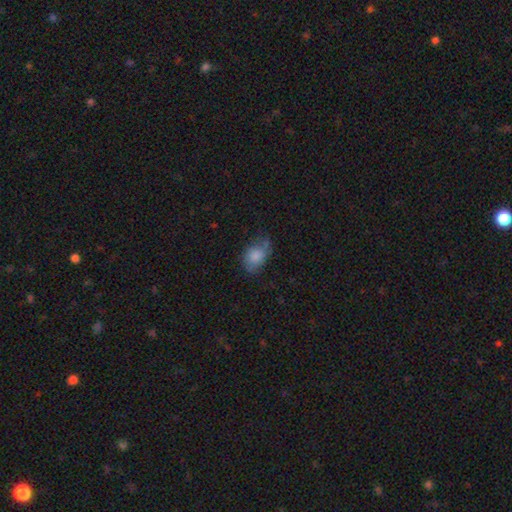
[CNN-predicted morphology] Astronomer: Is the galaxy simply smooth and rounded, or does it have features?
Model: smooth — 79%.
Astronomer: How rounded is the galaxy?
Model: in between — 78%.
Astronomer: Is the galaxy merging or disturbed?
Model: none — 44% (runner-up: minor disturbance, 36%).